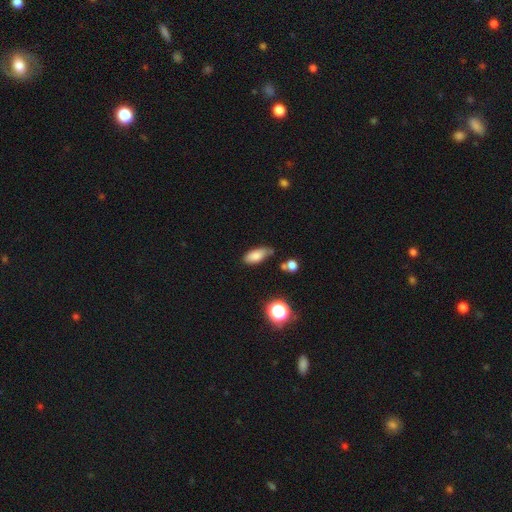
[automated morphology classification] Smooth or featured?
  - smooth: 82% *
  - star or artifact: 10%
  - featured or disk: 9%
How rounded?
  - in between: 84% *
  - cigar-shaped: 11%
  - round: 4%
Merging?
  - none: 63% *
  - minor disturbance: 26%
  - major disturbance: 5%
  - merger: 5%